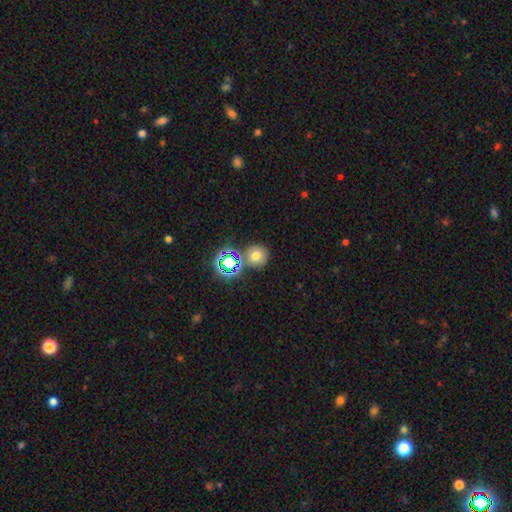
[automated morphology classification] Smooth or featured: smooth — 64% (star or artifact — 25%)
How rounded: round — 86% (in between — 13%)
Merging: none — 70% (merger — 16%)